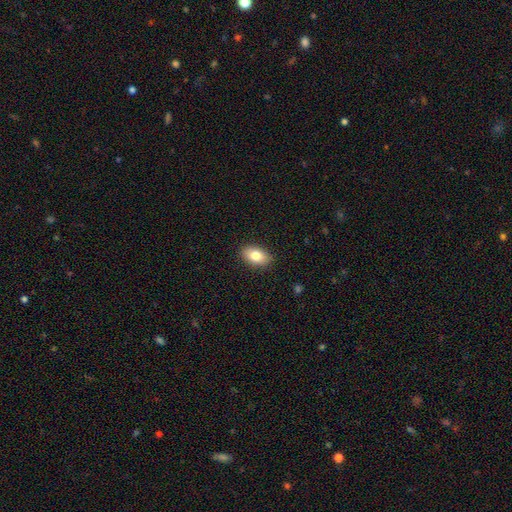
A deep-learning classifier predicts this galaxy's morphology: The model was most divided on "smooth or featured": smooth: 81%, featured or disk: 12%, star or artifact: 8%. More confident: how rounded — in between (90%); merging — none (89%).